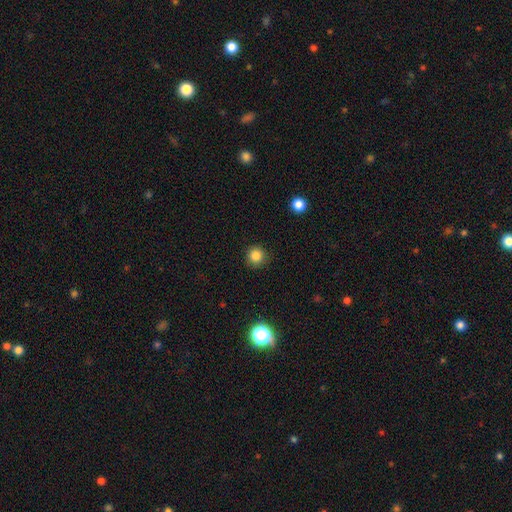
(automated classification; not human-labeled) A smooth galaxy with no disk features (84%) that is round (94%). Merging: none (90%).